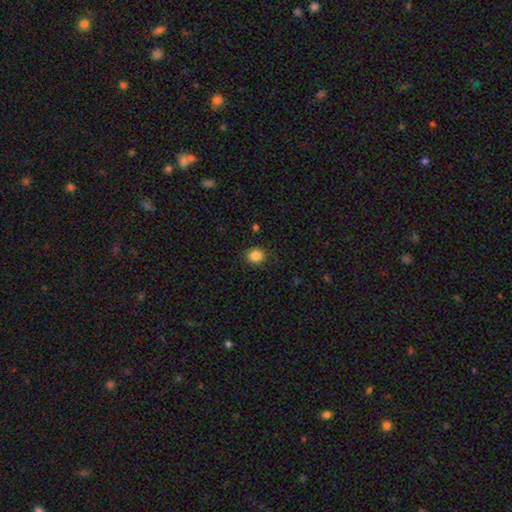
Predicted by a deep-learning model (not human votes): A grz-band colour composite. It shows a smooth galaxy with no disk features (86%) that is round (76%). Merging: none (88%).